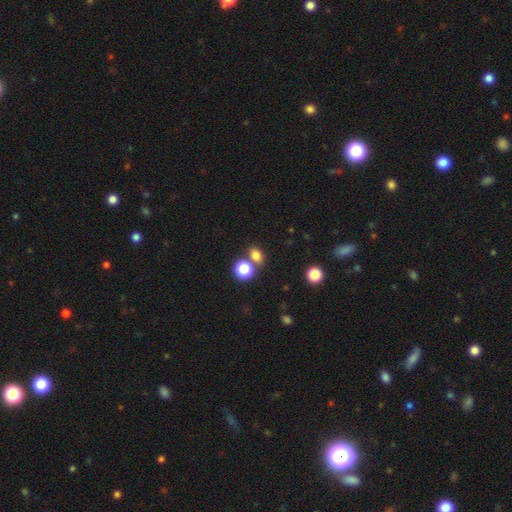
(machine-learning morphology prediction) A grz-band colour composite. It shows a smooth galaxy with no disk features (79%) that is in between round and cigar-shaped (55%). Merging: none (58%).